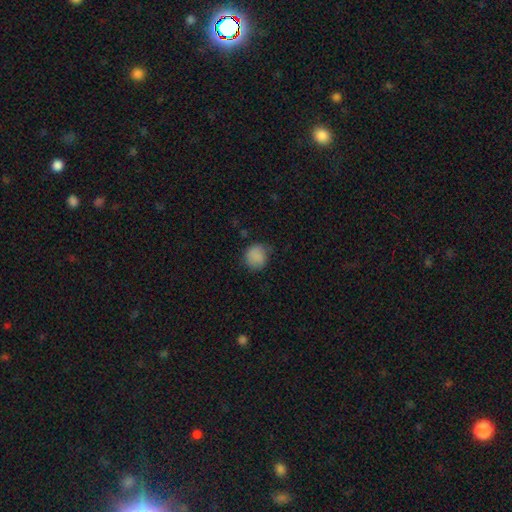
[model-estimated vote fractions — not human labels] A smooth galaxy with no disk features (85%) that is round (82%). Merging: none (70%).